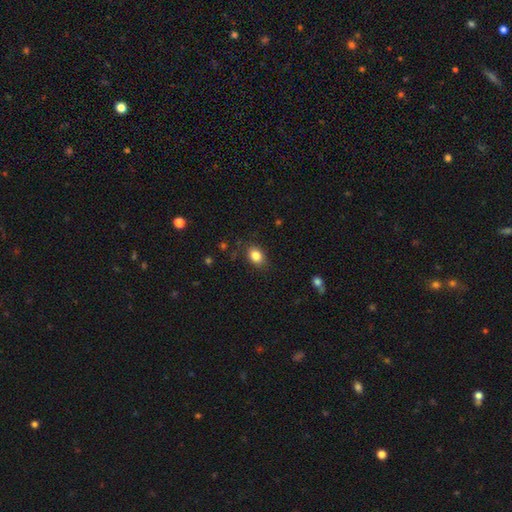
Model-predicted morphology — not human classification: Smooth or featured?
  - smooth: 85% *
  - star or artifact: 9%
  - featured or disk: 5%
How rounded?
  - in between: 70% *
  - round: 29%
  - cigar-shaped: 1%
Merging?
  - none: 82% *
  - minor disturbance: 13%
  - major disturbance: 4%
  - merger: 1%